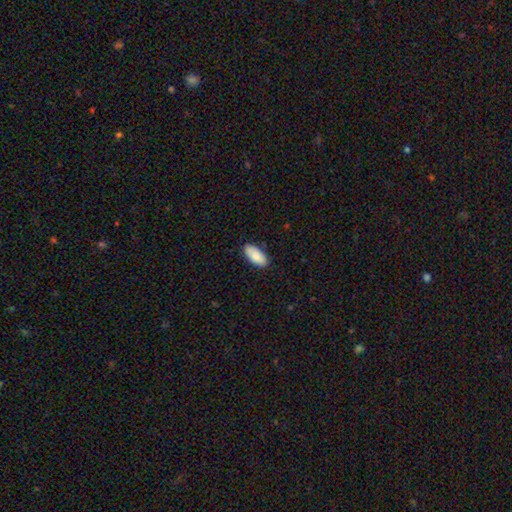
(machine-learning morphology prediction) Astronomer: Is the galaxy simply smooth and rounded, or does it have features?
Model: smooth — 88%.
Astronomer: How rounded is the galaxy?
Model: in between — 90%.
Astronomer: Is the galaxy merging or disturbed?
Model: none — 86%.